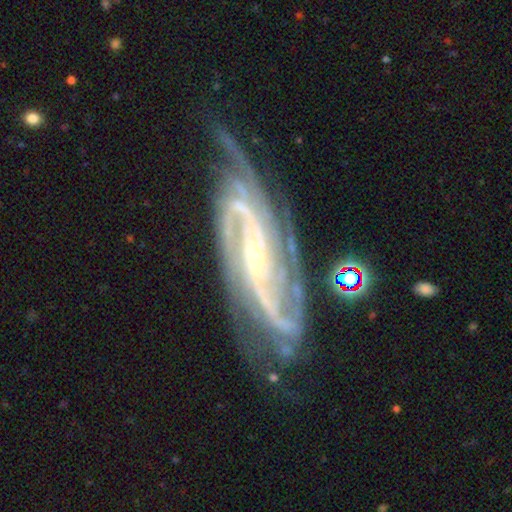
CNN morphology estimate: Smooth or featured?
  - featured or disk: 92% *
  - star or artifact: 5%
  - smooth: 3%
Edge-on disk?
  - no: 93% *
  - yes: 7%
Bar?
  - strong: 37% *
  - no: 32%
  - weak: 31%
Spiral arms?
  - yes: 99% *
  - no: 1%
Spiral winding?
  - tight: 46% *
  - medium: 44%
  - loose: 10%
Spiral arm count?
  - 2: 37% *
  - 3: 25%
  - 4: 14%
  - can't tell: 11%
  - more than 4: 7%
  - 1: 6%
Bulge size?
  - small: 77% *
  - moderate: 19%
  - none: 2%
  - large: 1%
  - dominant: 1%
Merging?
  - none: 66% *
  - minor disturbance: 21%
  - major disturbance: 10%
  - merger: 3%